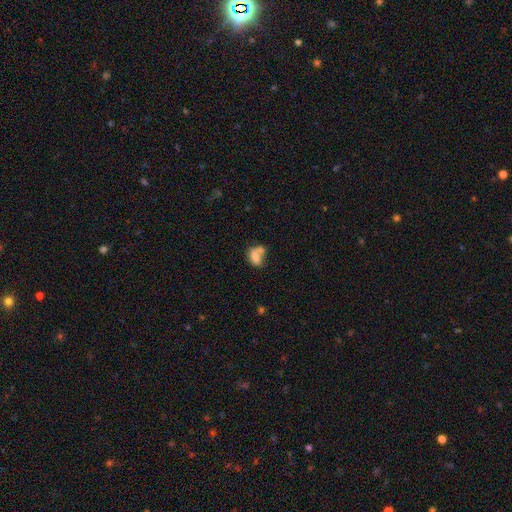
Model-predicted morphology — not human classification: type=smooth (71%); roundness=in between (79%); merging=merger (49%).